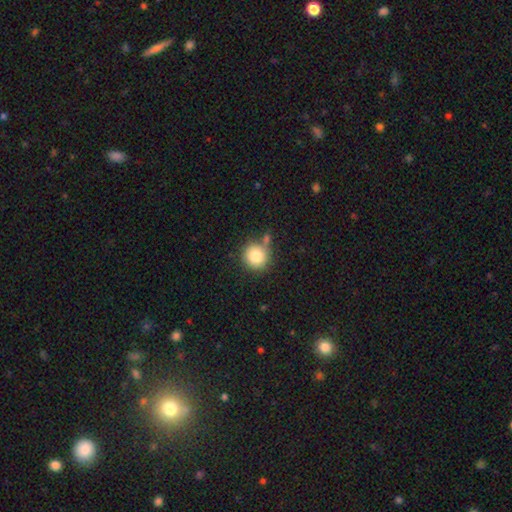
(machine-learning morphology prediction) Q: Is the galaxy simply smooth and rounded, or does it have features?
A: smooth — 83%.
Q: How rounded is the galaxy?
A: round — 91%.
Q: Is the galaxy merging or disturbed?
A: none — 66%.